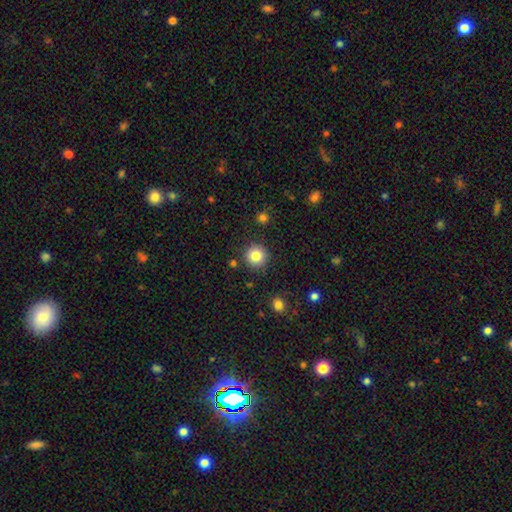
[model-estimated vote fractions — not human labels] A smooth galaxy with no disk features (83%) that is round (95%).

Vote fractions:
- Smooth or featured? smooth: 83% / star or artifact: 11% / featured or disk: 7%
- How rounded? round: 95% / in between: 4% / cigar-shaped: 1%
- Merging? none: 88% / minor disturbance: 7% / major disturbance: 2% / merger: 2%